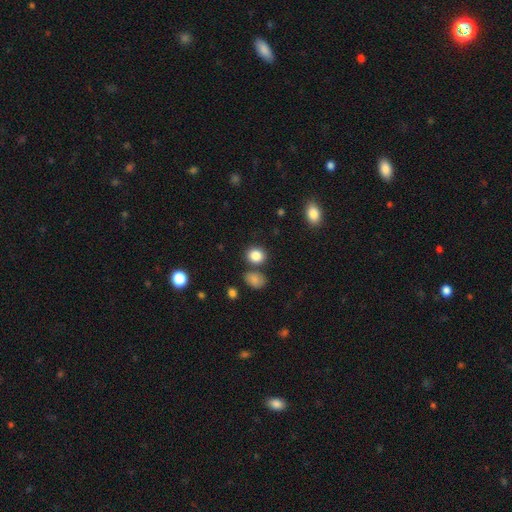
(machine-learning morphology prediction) Smooth or featured? smooth (85%)
How rounded? round (70%)
Merging? none (76%)